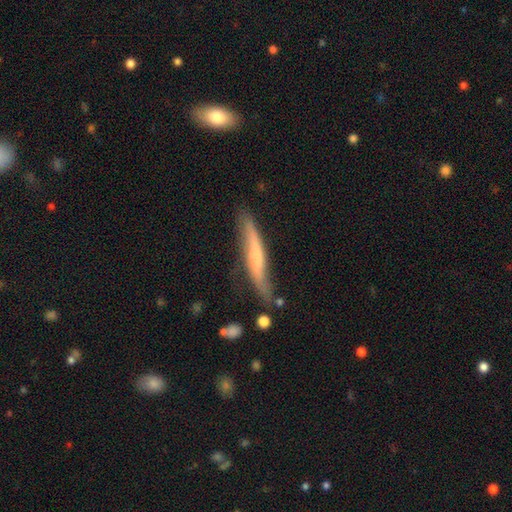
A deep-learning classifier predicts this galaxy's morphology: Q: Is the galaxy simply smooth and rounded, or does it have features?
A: featured or disk — 48%.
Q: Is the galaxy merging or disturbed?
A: none — 64%.